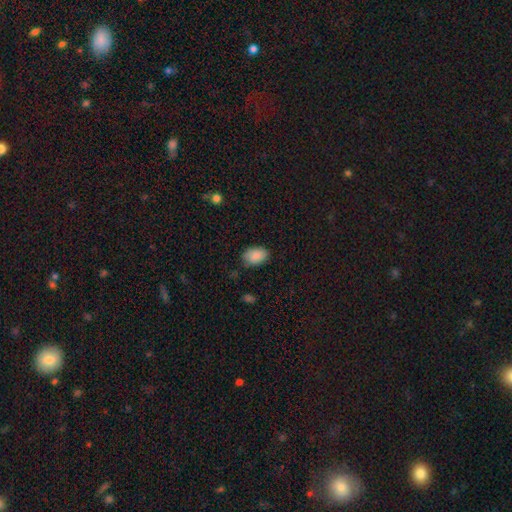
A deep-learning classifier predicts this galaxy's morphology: This appears to be a smooth galaxy with no disk features (88%) that is in between round and cigar-shaped (88%). Merging: none (76%).